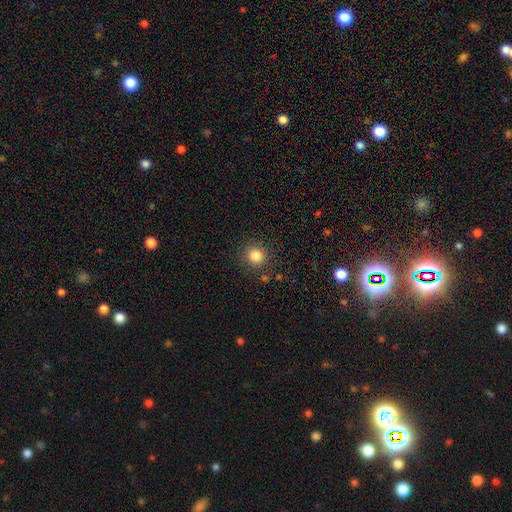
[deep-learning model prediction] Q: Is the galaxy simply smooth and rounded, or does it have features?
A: smooth — 84%.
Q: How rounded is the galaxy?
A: round — 92%.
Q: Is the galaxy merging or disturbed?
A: none — 87%.